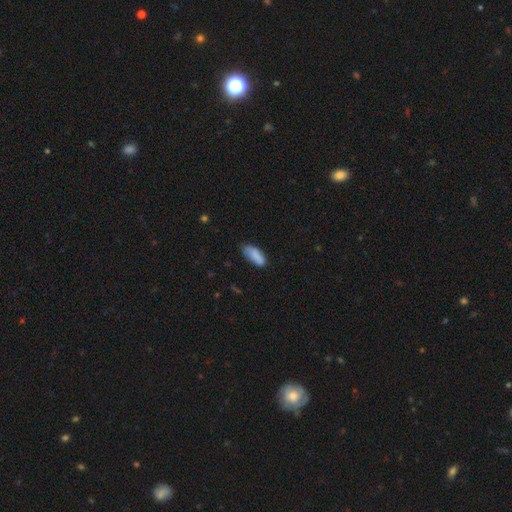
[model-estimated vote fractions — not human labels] smooth 83%, featured or disk 10%, star or artifact 7%. Down the decision tree: how rounded — in between (82%); merging — none (65%).